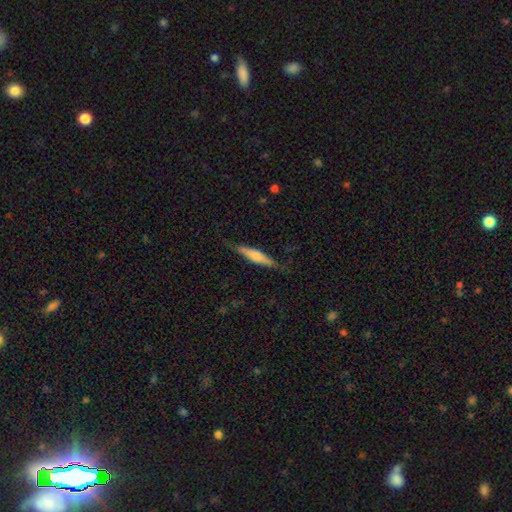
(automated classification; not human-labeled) This appears to be a smooth galaxy with no disk features (48%). Merging: none (81%).